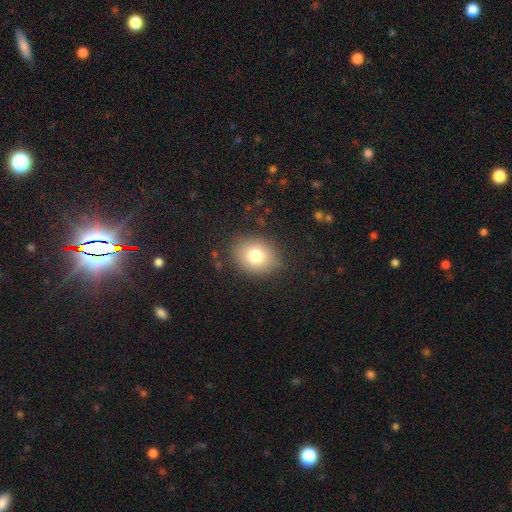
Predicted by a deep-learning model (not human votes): smooth 78%, featured or disk 12%, star or artifact 11%. Down the decision tree: how rounded — round (51%); merging — none (84%).